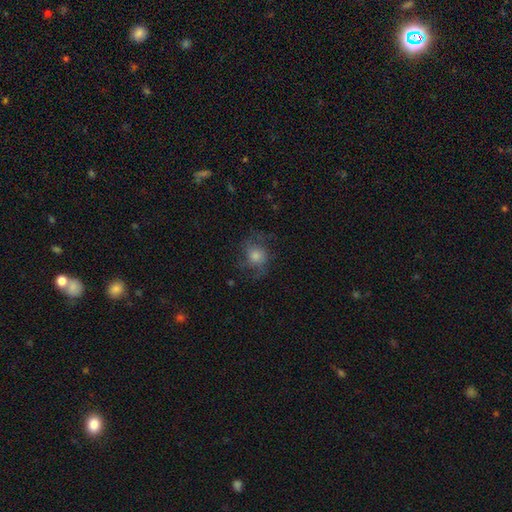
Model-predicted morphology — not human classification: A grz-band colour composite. It shows a featured or disk galaxy (46%). Merging: none (63%).